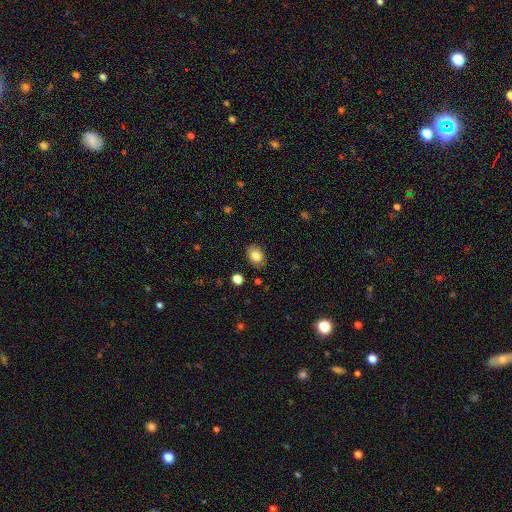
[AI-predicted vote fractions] The model was most divided on "how rounded": in between: 65%, round: 34%, cigar-shaped: 1%. More confident: merging — none (87%); smooth or featured — smooth (83%).